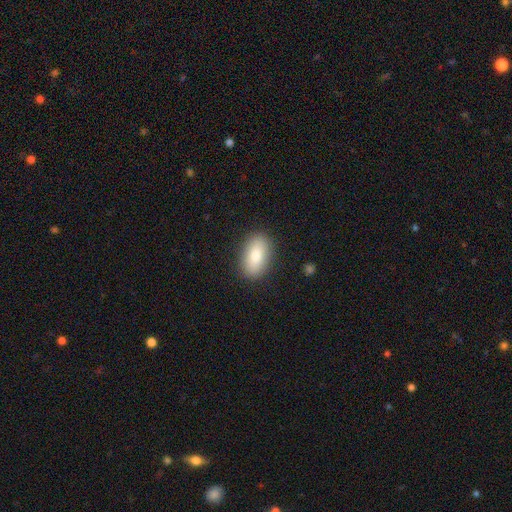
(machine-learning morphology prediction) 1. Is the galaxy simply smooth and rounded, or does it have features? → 83% smooth, 10% featured or disk, 7% star or artifact.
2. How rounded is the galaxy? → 92% in between, 6% round, 3% cigar-shaped.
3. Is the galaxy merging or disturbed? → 88% none, 8% minor disturbance, 2% major disturbance, 1% merger.